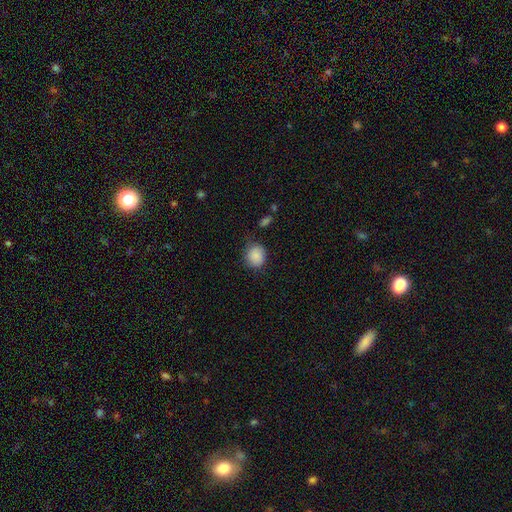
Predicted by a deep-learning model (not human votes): A smooth galaxy with no disk features (87%) that is round (75%).

Vote fractions:
- Smooth or featured? smooth: 87% / star or artifact: 8% / featured or disk: 4%
- How rounded? round: 75% / in between: 25% / cigar-shaped: 1%
- Merging? none: 71% / minor disturbance: 21% / major disturbance: 5% / merger: 2%